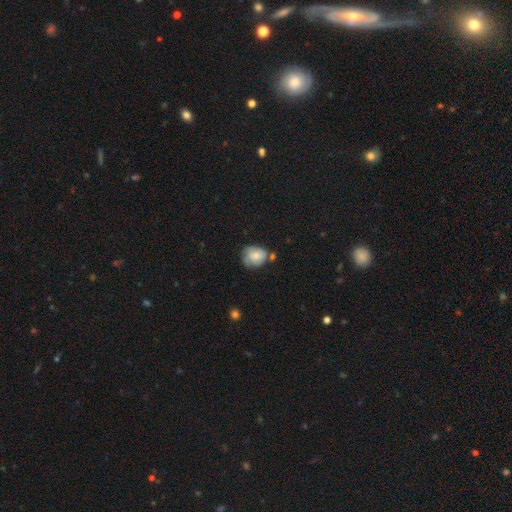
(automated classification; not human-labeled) The model was most divided on "smooth or featured": smooth: 53%, featured or disk: 39%, star or artifact: 8%. More confident: how rounded — round (57%); merging — none (50%).